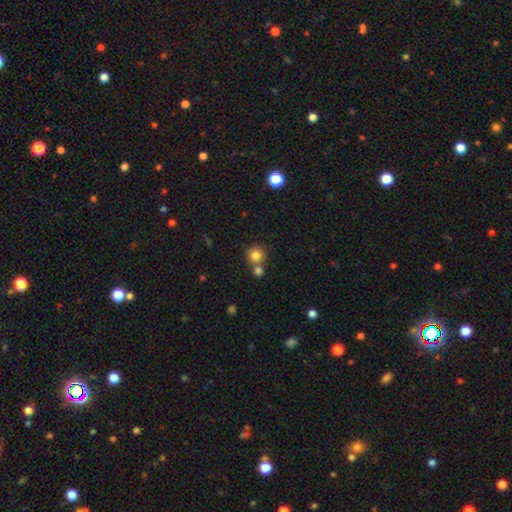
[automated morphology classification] A smooth galaxy with no disk features (81%) that is round (91%).

Vote fractions:
- Smooth or featured? smooth: 81% / star or artifact: 12% / featured or disk: 7%
- How rounded? round: 91% / in between: 8% / cigar-shaped: 1%
- Merging? none: 60% / merger: 30% / minor disturbance: 7% / major disturbance: 3%